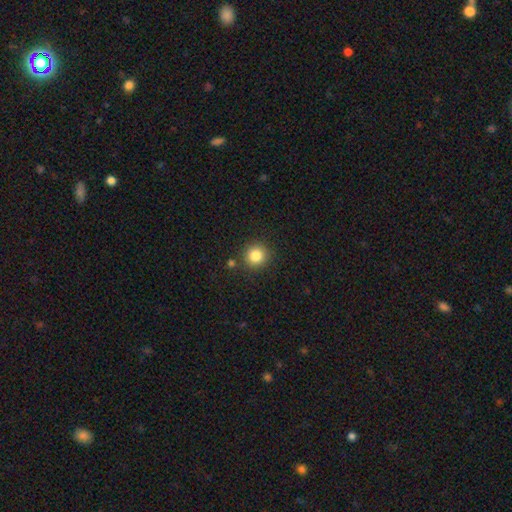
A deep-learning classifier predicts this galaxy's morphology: Overall: smooth (84%). How rounded: round (92%). Merging: none (86%).